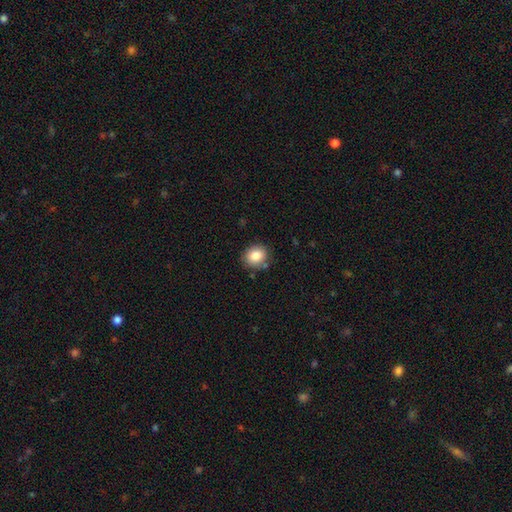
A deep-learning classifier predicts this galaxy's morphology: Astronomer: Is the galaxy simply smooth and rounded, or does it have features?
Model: smooth — 84%.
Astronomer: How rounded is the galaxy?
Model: round — 66%.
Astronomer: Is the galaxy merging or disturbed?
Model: none — 81%.